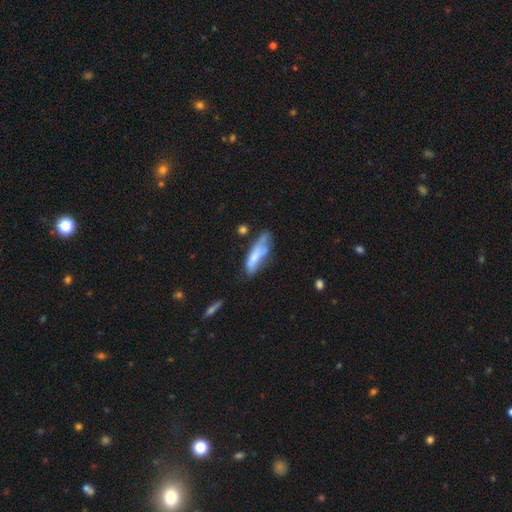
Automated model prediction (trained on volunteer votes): Overall: smooth (63%; featured or disk 29%). How rounded: cigar-shaped (52%; in between 46%). Merging: none (38%; minor disturbance 32%).